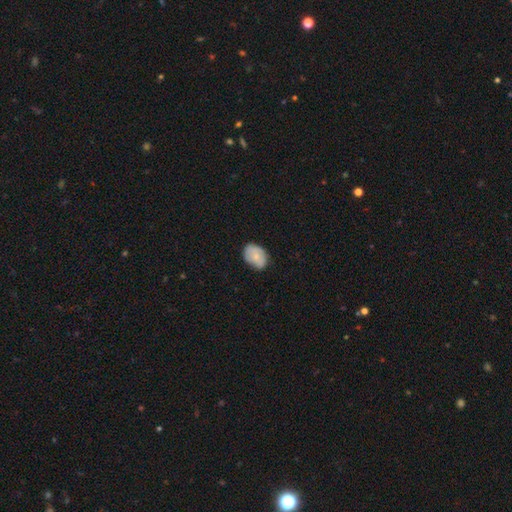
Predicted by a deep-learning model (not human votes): This appears to be a smooth galaxy with no disk features (74%) that is in between round and cigar-shaped (76%). Merging: none (69%).